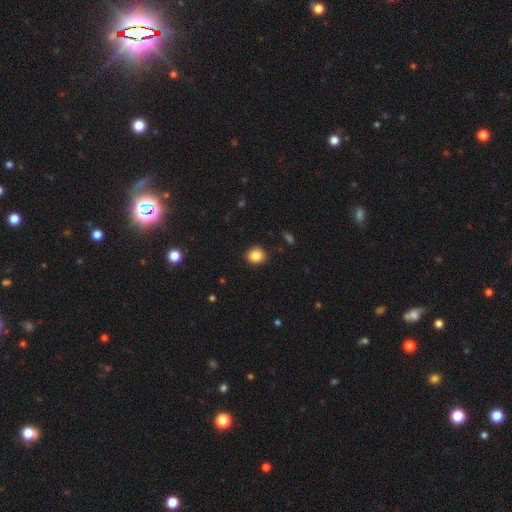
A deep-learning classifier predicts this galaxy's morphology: Smooth or featured? Predicted: smooth (p=0.86). How rounded? Predicted: round (p=0.79). Merging? Predicted: none (p=0.89).